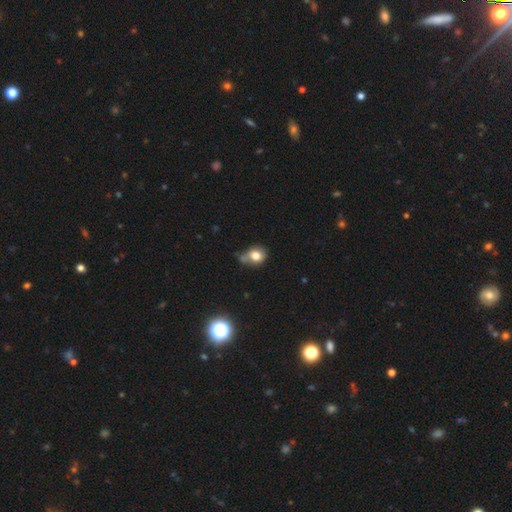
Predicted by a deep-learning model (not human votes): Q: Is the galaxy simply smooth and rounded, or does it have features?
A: smooth — 77%.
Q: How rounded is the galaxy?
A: round — 63%.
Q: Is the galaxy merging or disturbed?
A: none — 47%.